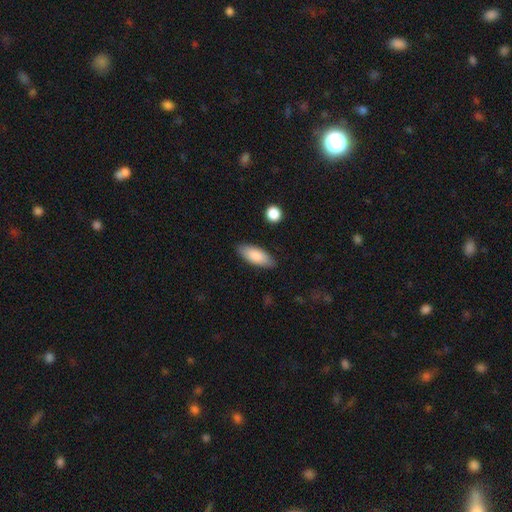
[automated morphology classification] A smooth galaxy with no disk features (85%) that is in between round and cigar-shaped (79%). Merging: none (85%).